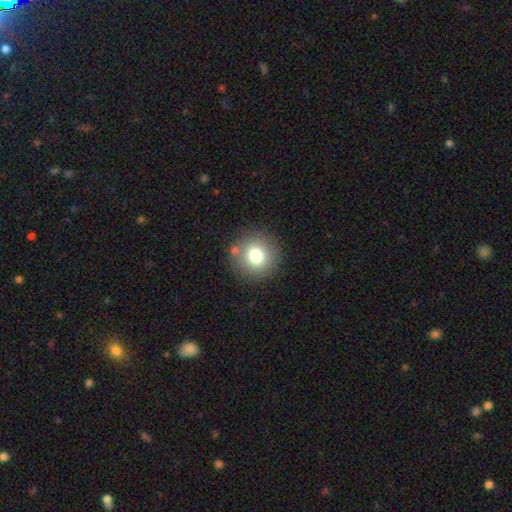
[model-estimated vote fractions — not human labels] This appears to be a smooth galaxy with no disk features (76%) that is round (92%). Merging: none (84%).